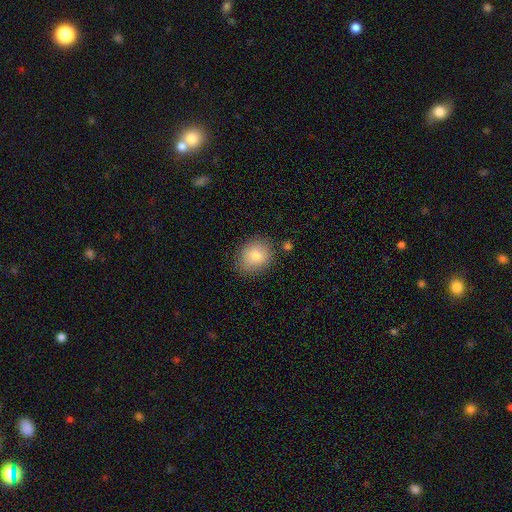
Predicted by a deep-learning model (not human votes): Overall: smooth (79%). How rounded: round (68%; in between 31%). Merging: none (81%).